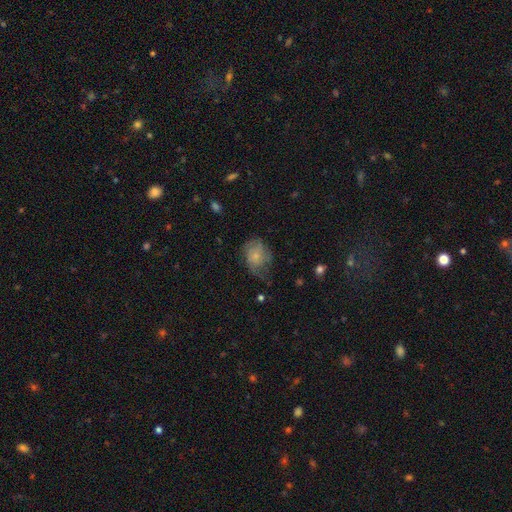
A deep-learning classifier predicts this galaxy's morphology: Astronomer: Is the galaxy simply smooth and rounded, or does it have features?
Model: smooth — 54% (runner-up: featured or disk, 38%).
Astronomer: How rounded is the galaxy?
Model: in between — 56% (runner-up: round, 43%).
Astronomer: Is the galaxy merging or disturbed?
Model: none — 39% (runner-up: minor disturbance, 32%).